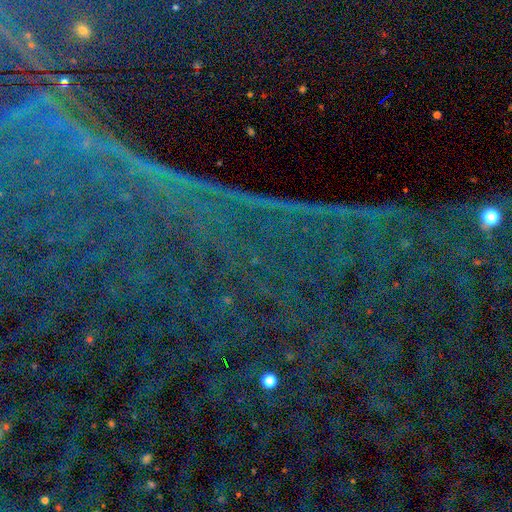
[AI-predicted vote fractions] Smooth or featured? Predicted: star or artifact (p=0.87).